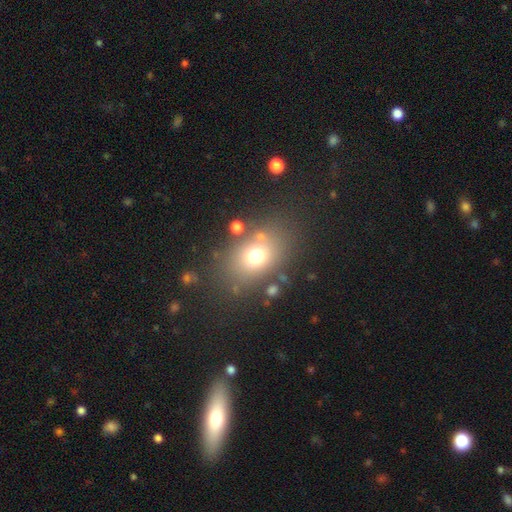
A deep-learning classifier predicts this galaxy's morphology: This is likely a smooth galaxy (69%). How rounded: likely in between (60%). Merging: likely none (73%).